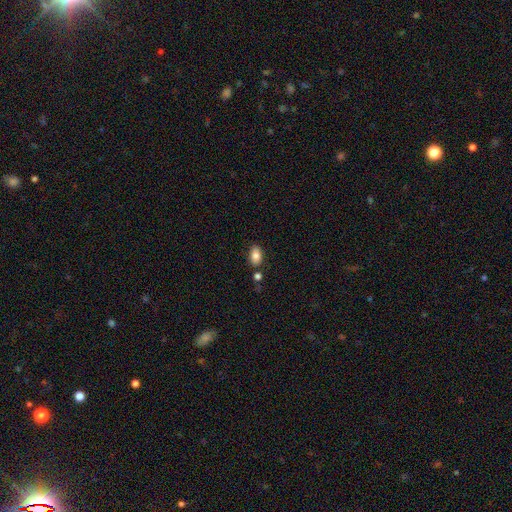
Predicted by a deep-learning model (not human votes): This appears to be a smooth galaxy with no disk features (83%) that is in between round and cigar-shaped (88%). Merging: none (78%).